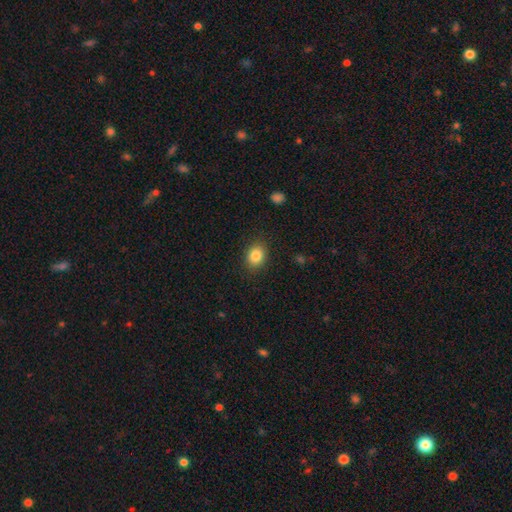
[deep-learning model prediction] Smooth or featured? Predicted: smooth (p=0.85). How rounded? Predicted: in between (p=0.54). Merging? Predicted: none (p=0.87).